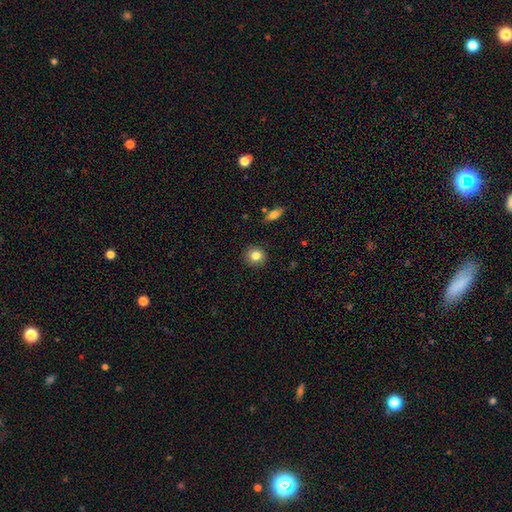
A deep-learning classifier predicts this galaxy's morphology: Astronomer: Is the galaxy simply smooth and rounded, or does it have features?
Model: smooth — 83%.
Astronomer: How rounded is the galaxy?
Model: round — 87%.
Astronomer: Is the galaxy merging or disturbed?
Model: none — 91%.